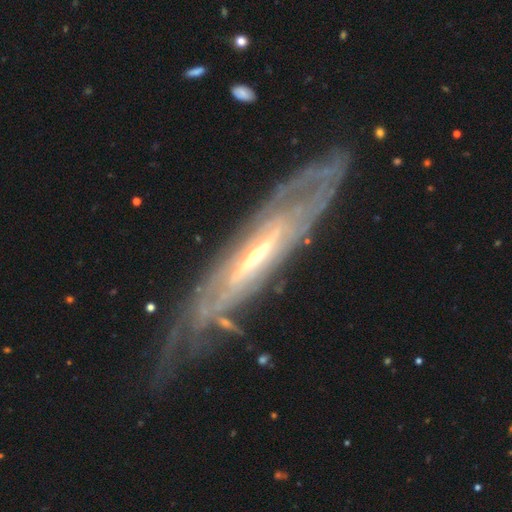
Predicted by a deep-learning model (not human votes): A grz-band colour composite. It shows a featured or disk galaxy (86%) with no bar (36%), spiral arms (84%) and a small central bulge (62%). Merging: none (65%).